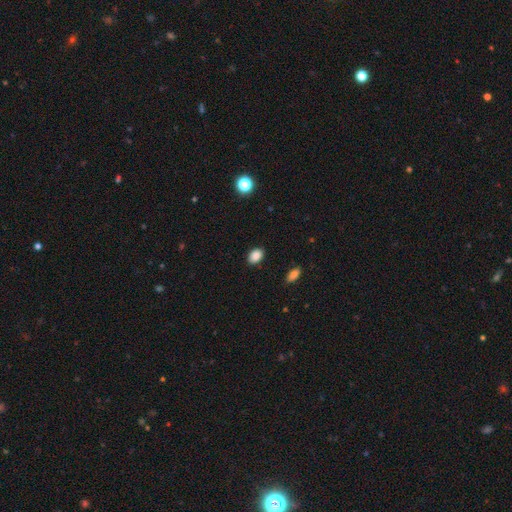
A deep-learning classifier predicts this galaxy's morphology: smooth_or_featured: smooth (p=0.88) [alt: star or artifact p=0.09]
how_rounded: in between (p=0.78) [alt: round p=0.21]
merging: none (p=0.88) [alt: minor disturbance p=0.09]